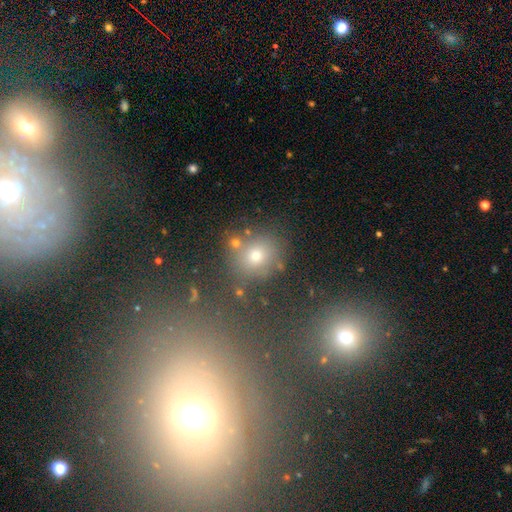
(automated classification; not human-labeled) A smooth galaxy with no disk features (64%) that is round (78%). Merging: none (70%).